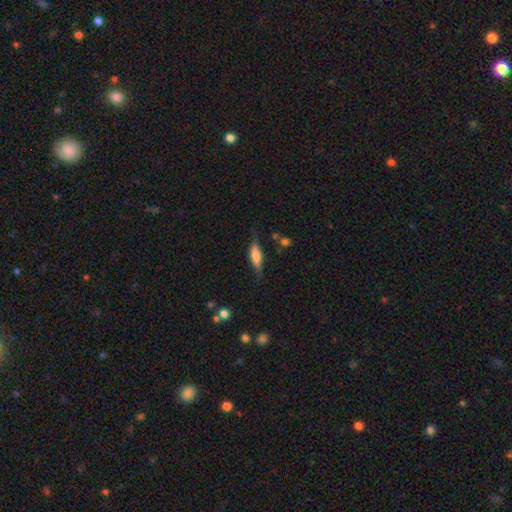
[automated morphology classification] A smooth galaxy with no disk features (59%) that is in between round and cigar-shaped (51%). Merging: none (71%).